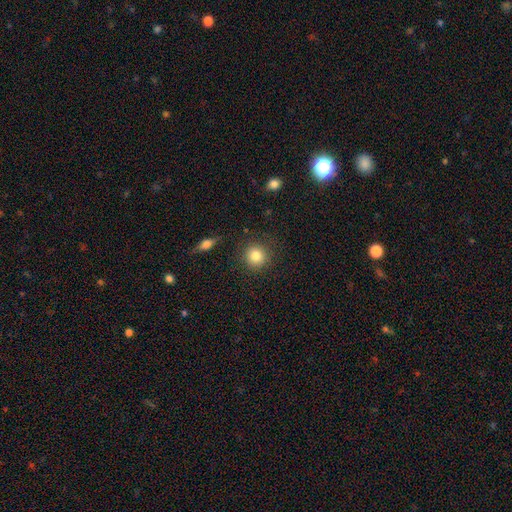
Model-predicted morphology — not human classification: Smooth or featured: smooth — 84% (star or artifact — 9%)
How rounded: round — 92% (in between — 7%)
Merging: none — 87% (minor disturbance — 8%)